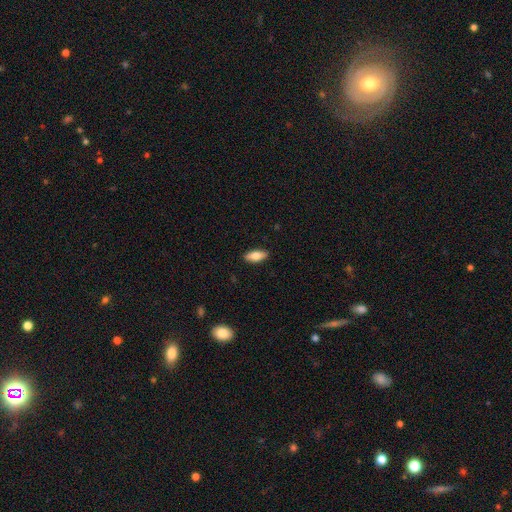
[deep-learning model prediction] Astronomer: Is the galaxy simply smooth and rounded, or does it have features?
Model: smooth — 77%.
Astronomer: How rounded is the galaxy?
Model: in between — 84%.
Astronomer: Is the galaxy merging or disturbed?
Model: none — 90%.